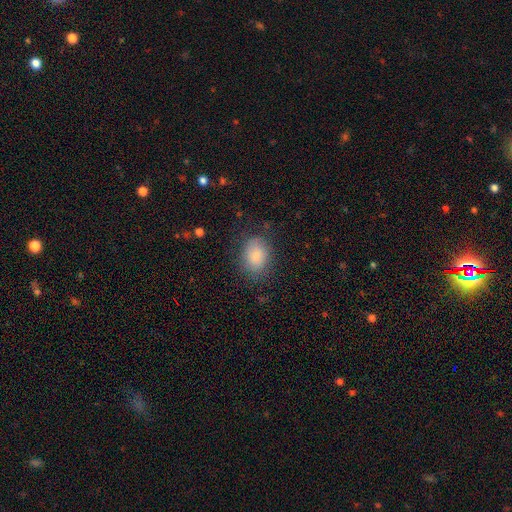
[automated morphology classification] type=smooth (83%); roundness=in between (67%); merging=none (77%).